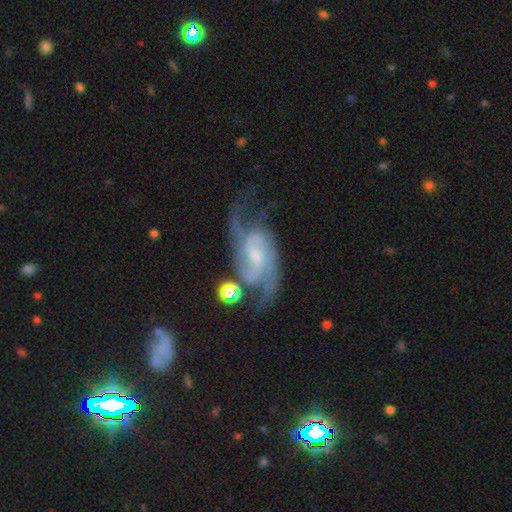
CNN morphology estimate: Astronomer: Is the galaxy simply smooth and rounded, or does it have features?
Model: featured or disk — 89%.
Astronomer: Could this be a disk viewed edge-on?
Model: no — 96%.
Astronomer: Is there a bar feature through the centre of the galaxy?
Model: weak — 52% (runner-up: no, 32%).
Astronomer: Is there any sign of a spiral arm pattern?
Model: yes — 97%.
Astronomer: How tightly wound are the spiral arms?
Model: medium — 53%.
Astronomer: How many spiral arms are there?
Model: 2 — 73%.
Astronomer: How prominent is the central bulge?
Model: small — 65%.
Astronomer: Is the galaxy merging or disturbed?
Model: none — 60%.